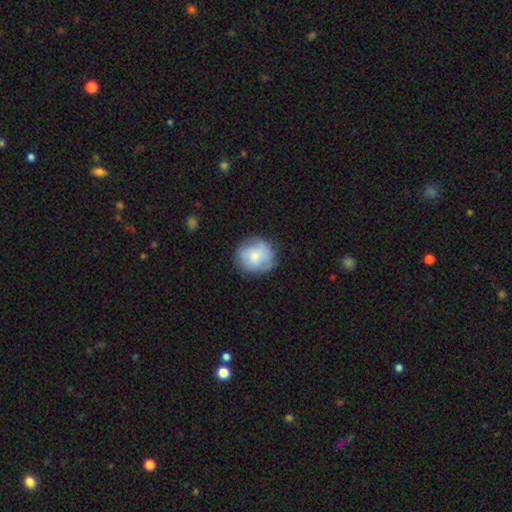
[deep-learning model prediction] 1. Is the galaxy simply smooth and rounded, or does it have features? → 62% smooth, 31% featured or disk, 7% star or artifact.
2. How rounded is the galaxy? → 80% round, 19% in between, 1% cigar-shaped.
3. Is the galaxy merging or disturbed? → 73% none, 19% minor disturbance, 6% major disturbance, 1% merger.